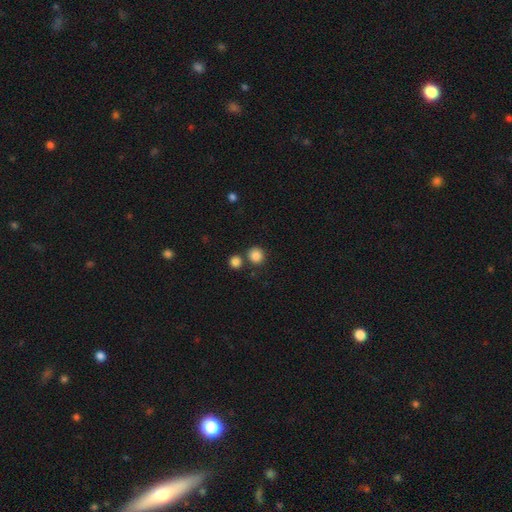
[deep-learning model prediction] smooth-or-featured: smooth: 85% | star or artifact: 10% | featured or disk: 4%
  how-rounded: round: 90% | in between: 9% | cigar-shaped: 1%
  merging: none: 74% | merger: 16% | minor disturbance: 7% | major disturbance: 3%